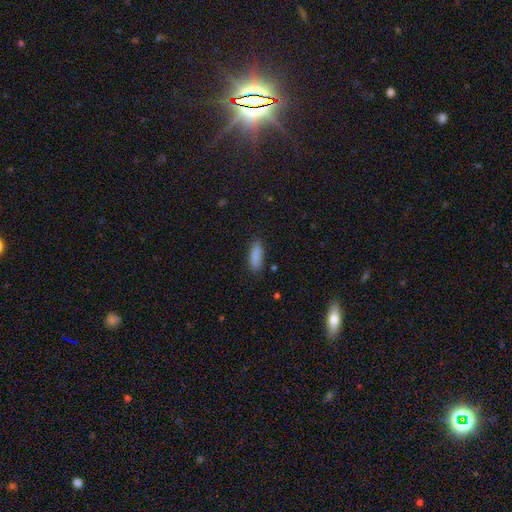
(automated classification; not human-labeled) Overall: smooth (87%). How rounded: in between (63%; cigar-shaped 35%). Merging: none (82%).